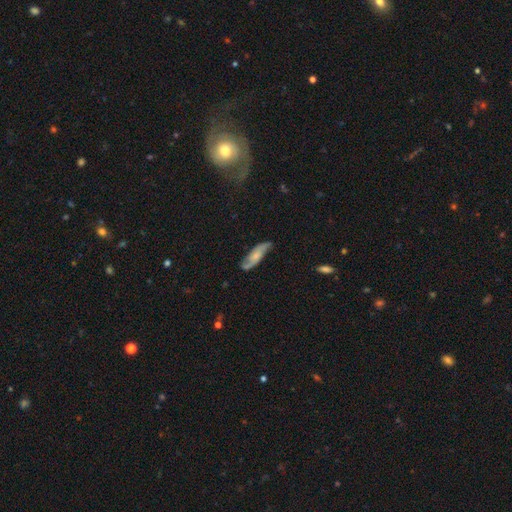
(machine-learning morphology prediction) A featured or disk galaxy (64%) with no bar (63%), spiral arms (91%) and a small central bulge (50%). Merging: none (74%).